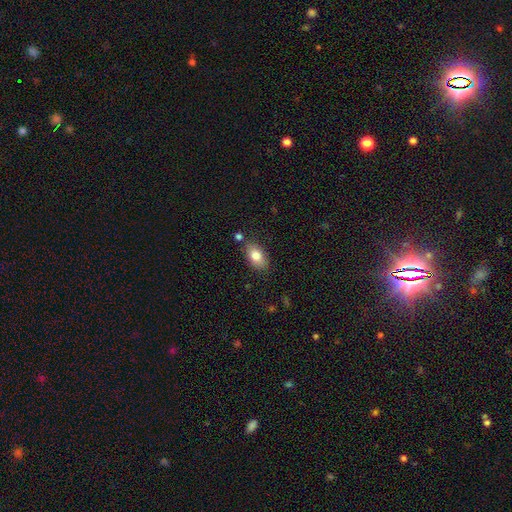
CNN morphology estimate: Smooth or featured: smooth — 79% (featured or disk — 13%)
How rounded: in between — 90% (round — 7%)
Merging: none — 80% (minor disturbance — 13%)